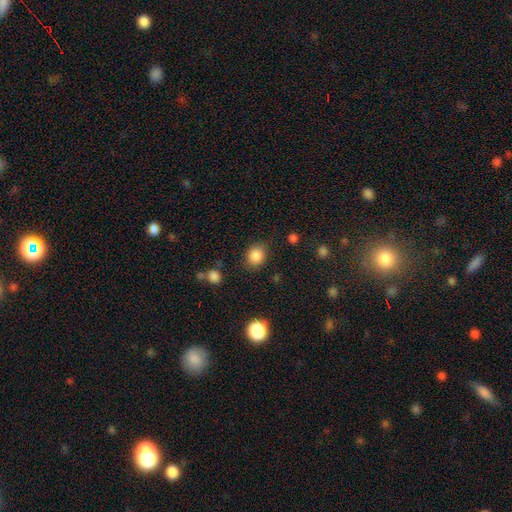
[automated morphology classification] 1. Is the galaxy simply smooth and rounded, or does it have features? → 85% smooth, 11% star or artifact, 4% featured or disk.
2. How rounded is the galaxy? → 79% round, 20% in between, 1% cigar-shaped.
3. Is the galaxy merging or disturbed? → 81% none, 12% minor disturbance, 4% major disturbance, 2% merger.